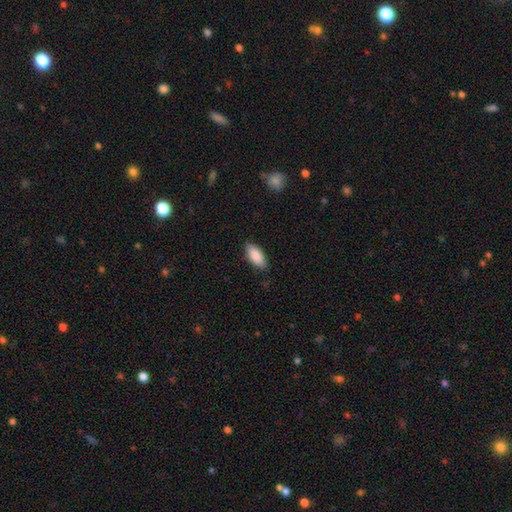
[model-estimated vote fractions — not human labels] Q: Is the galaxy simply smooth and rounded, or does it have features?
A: smooth — 89%.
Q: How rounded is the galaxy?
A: in between — 87%.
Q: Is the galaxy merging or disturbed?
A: none — 85%.